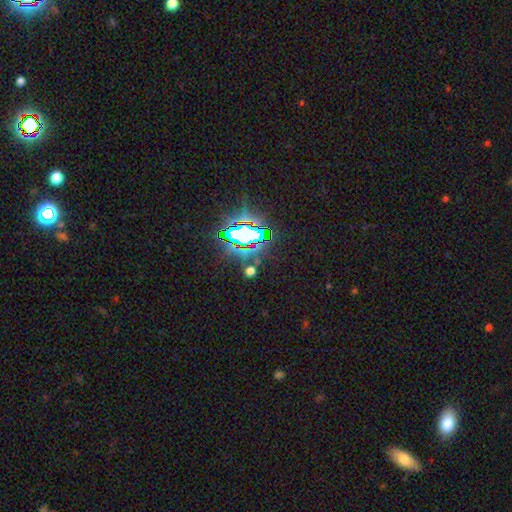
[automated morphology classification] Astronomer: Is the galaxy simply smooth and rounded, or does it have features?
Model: star or artifact — 81%.